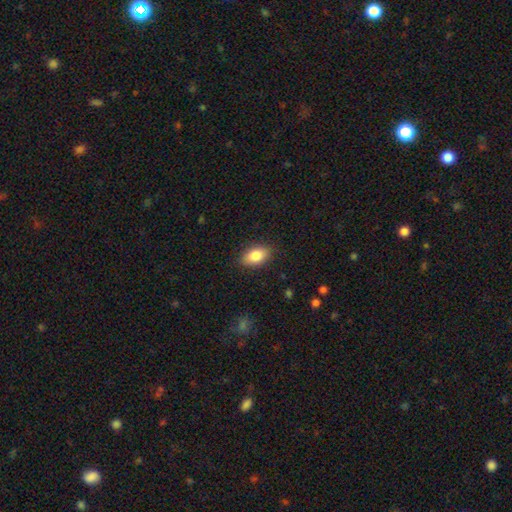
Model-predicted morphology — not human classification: Smooth or featured? Predicted: smooth (p=0.82). How rounded? Predicted: in between (p=0.89). Merging? Predicted: none (p=0.87).